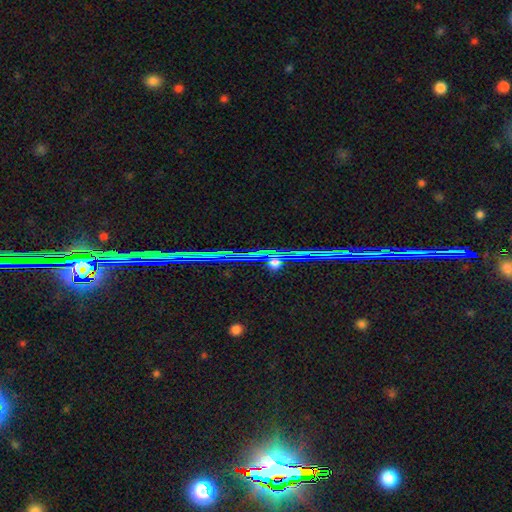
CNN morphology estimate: Smooth or featured?
  - star or artifact: 79% *
  - featured or disk: 12%
  - smooth: 9%